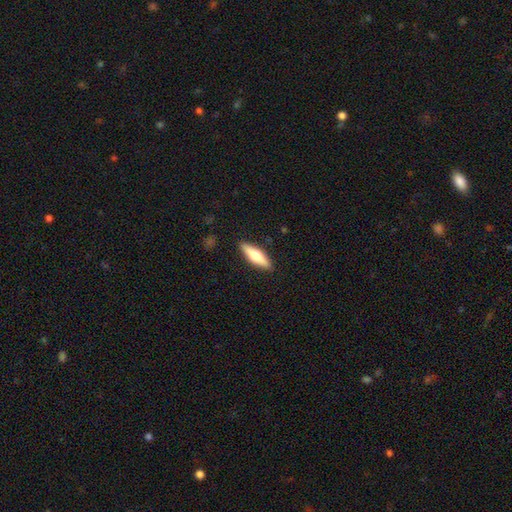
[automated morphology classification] smooth_or_featured: smooth (p=0.58) [alt: featured or disk p=0.36]
how_rounded: cigar-shaped (p=0.58) [alt: in between p=0.40]
merging: none (p=0.90) [alt: minor disturbance p=0.08]